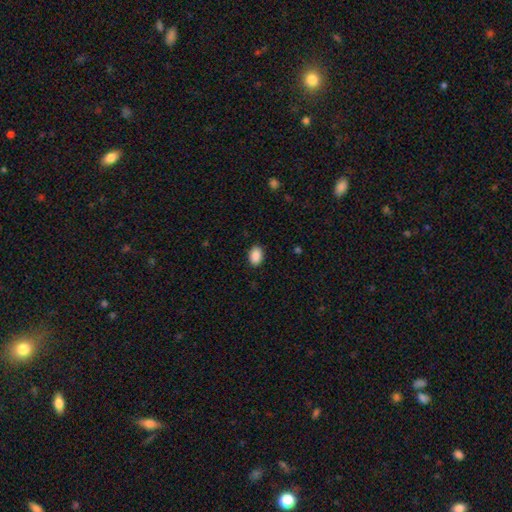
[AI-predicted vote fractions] Morphology: type=smooth (90%); roundness=in between (87%); merging=none (89%).